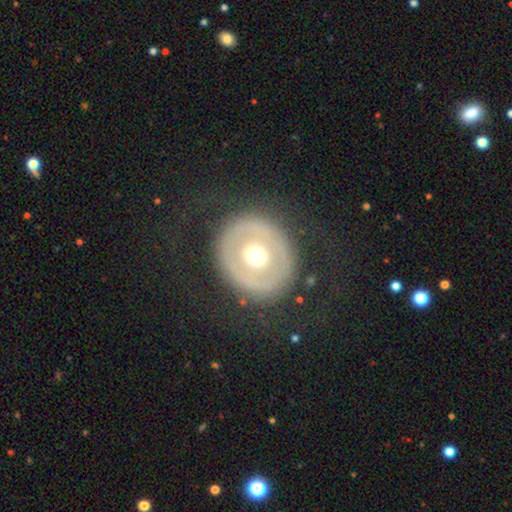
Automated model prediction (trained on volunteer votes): Q: Smooth or featured?
A: featured or disk (52%); runner-up: smooth (40%)
Q: Edge-on disk?
A: no (94%); runner-up: yes (6%)
Q: Merging?
A: none (79%); runner-up: minor disturbance (11%)